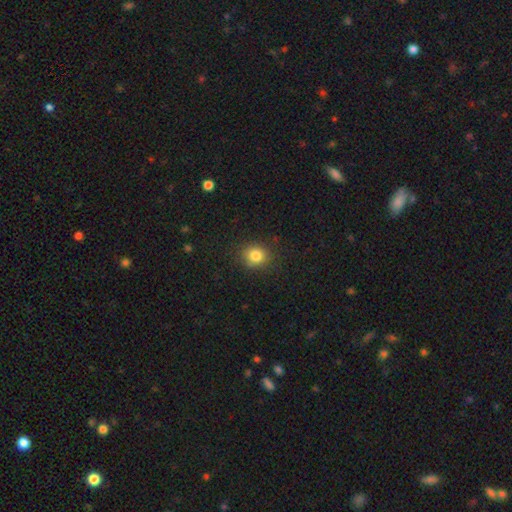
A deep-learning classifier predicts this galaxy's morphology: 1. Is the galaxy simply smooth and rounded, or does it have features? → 83% smooth, 11% star or artifact, 6% featured or disk.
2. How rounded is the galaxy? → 75% round, 24% in between, 1% cigar-shaped.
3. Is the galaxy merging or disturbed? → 86% none, 10% minor disturbance, 3% major disturbance, 1% merger.